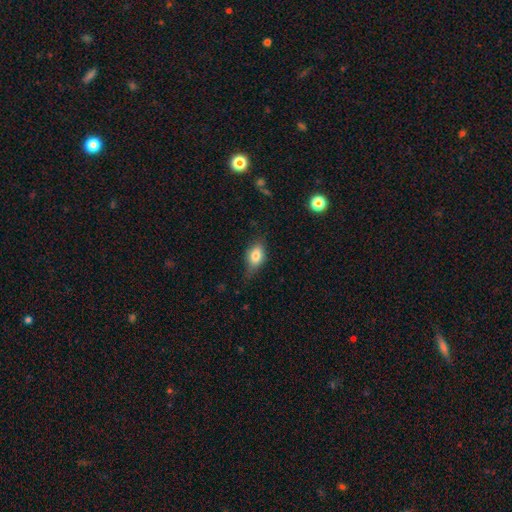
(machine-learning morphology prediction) This is likely a smooth galaxy (74%). How rounded: clearly in between (81%). Merging: likely none (62%).